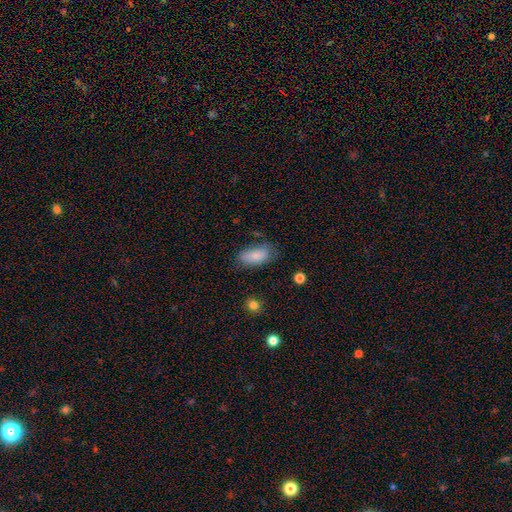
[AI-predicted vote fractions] A smooth galaxy with no disk features (84%) that is in between round and cigar-shaped (91%). Merging: none (64%).